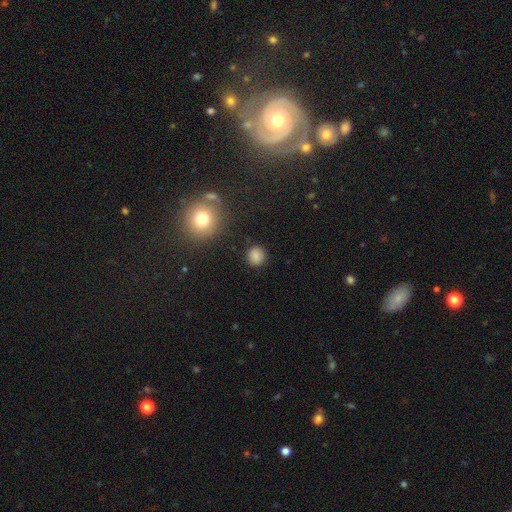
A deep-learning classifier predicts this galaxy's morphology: type=smooth (82%); roundness=round (88%); merging=none (87%).